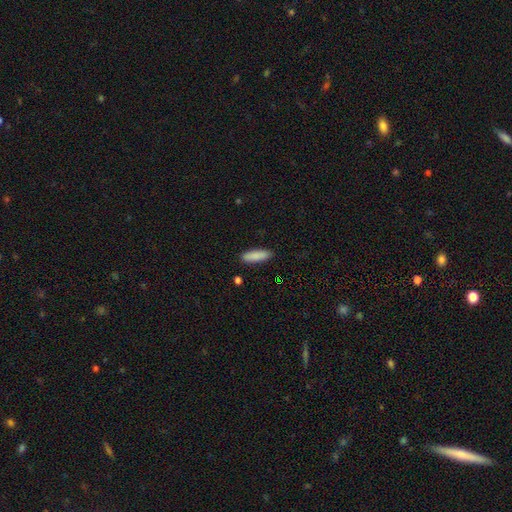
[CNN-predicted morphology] type=smooth (88%); roundness=cigar-shaped (57%); merging=none (89%).